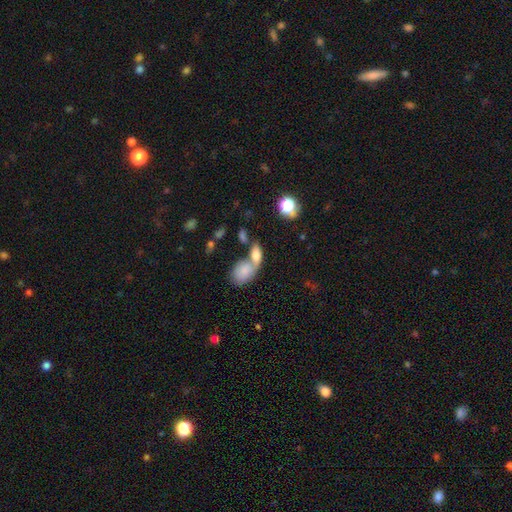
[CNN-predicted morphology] Smooth or featured? Predicted: smooth (p=0.75). How rounded? Predicted: in between (p=0.82). Merging? Predicted: merger (p=0.58).